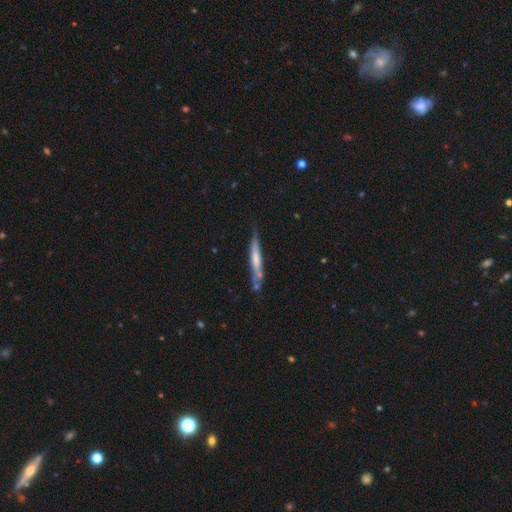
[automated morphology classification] The model was most divided on "smooth or featured": featured or disk: 56%, smooth: 37%, star or artifact: 7%. More confident: edge-on disk — yes (90%); merging — none (69%); edge-on bulge — none (54%).